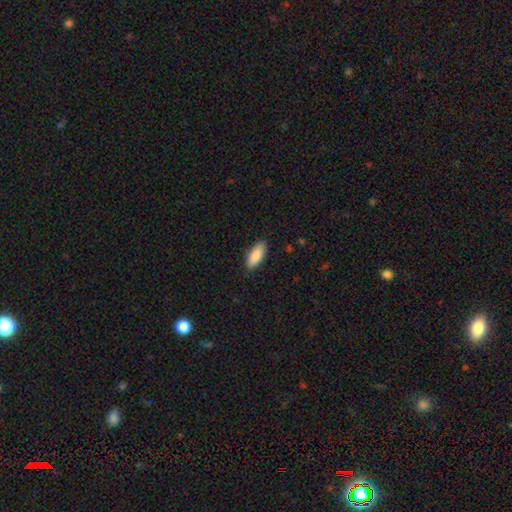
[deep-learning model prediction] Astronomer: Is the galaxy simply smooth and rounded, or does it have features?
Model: smooth — 87%.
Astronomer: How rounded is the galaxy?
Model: in between — 79%.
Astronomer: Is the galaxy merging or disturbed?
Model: none — 86%.